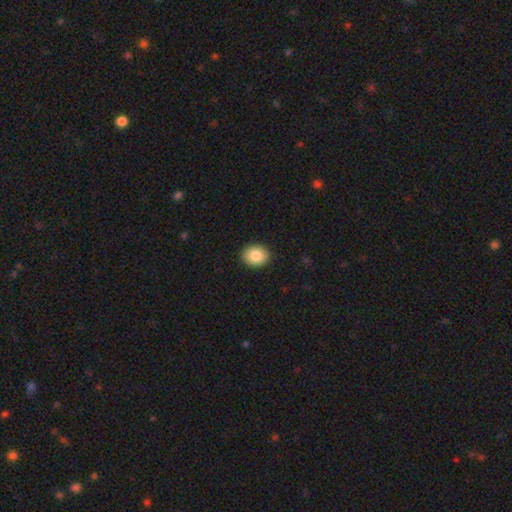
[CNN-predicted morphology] A smooth galaxy with no disk features (86%) that is round (55%).

Vote fractions:
- Smooth or featured? smooth: 86% / star or artifact: 8% / featured or disk: 6%
- How rounded? round: 55% / in between: 44% / cigar-shaped: 1%
- Merging? none: 91% / minor disturbance: 6% / major disturbance: 2% / merger: 1%